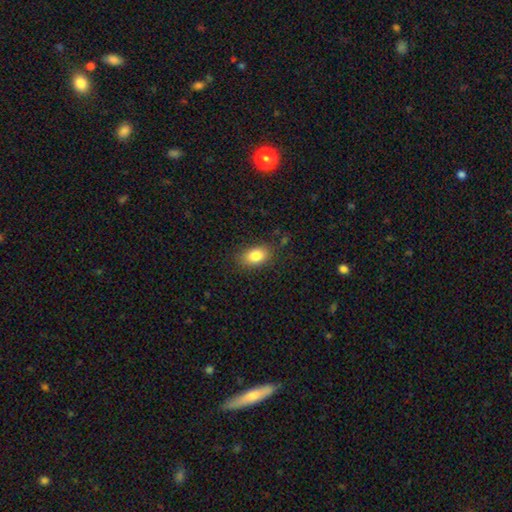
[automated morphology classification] Smooth or featured: smooth — 83% (star or artifact — 8%)
How rounded: in between — 86% (round — 12%)
Merging: none — 83% (minor disturbance — 13%)